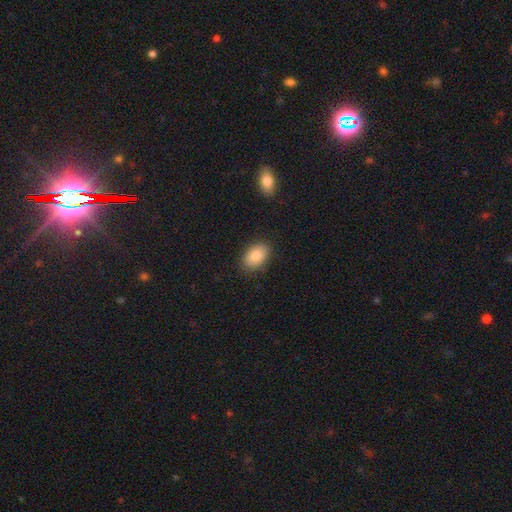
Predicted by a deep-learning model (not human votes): smooth_or_featured: smooth (p=0.84) [alt: featured or disk p=0.09]
how_rounded: in between (p=0.86) [alt: round p=0.12]
merging: none (p=0.87) [alt: minor disturbance p=0.10]